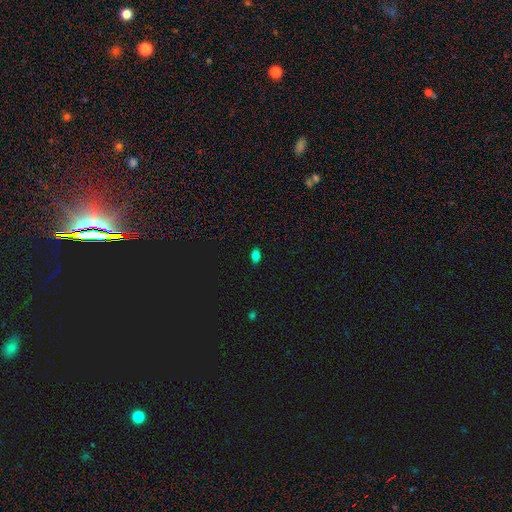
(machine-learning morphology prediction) Overall: smooth (79%). How rounded: in between (89%). Merging: none (88%).